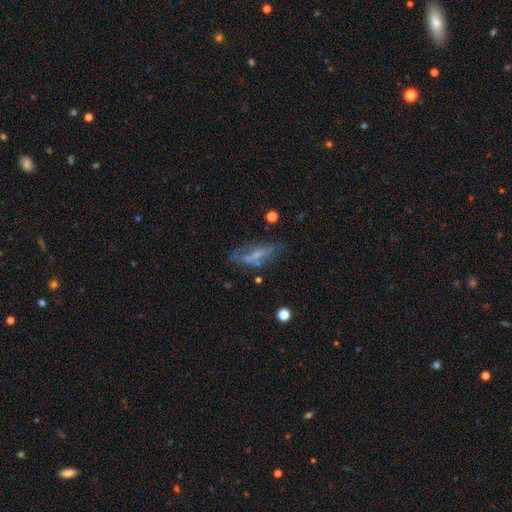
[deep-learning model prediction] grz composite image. It shows a featured or disk galaxy (54%). Merging: none (52%).